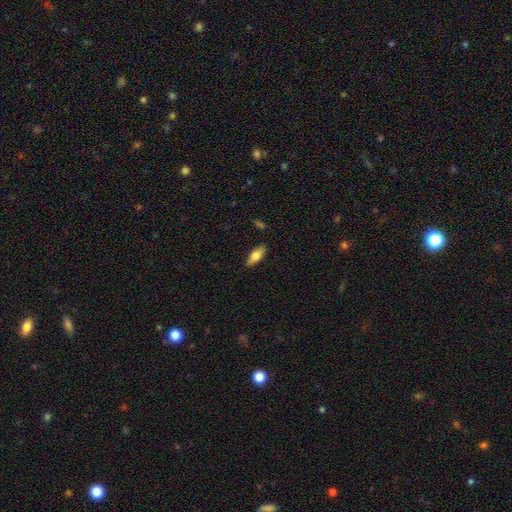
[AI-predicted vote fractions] Smooth or featured? smooth (72%)
How rounded? in between (77%)
Merging? none (85%)